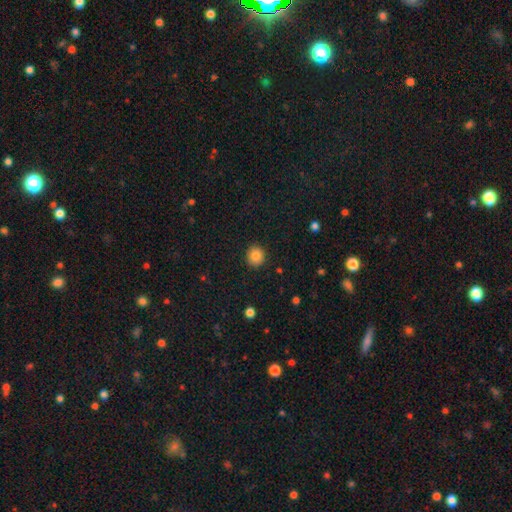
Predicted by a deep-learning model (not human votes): The model was most divided on "how rounded": round: 86%, in between: 13%, cigar-shaped: 1%. More confident: merging — none (91%); smooth or featured — smooth (85%).